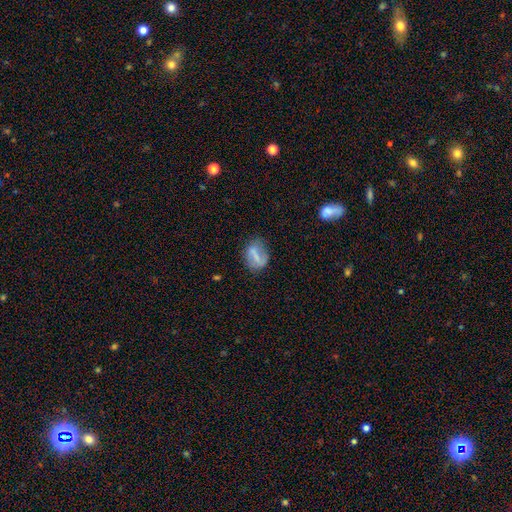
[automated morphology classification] Smooth or featured? Predicted: smooth (p=0.51). How rounded? Predicted: in between (p=0.60). Merging? Predicted: none (p=0.57).